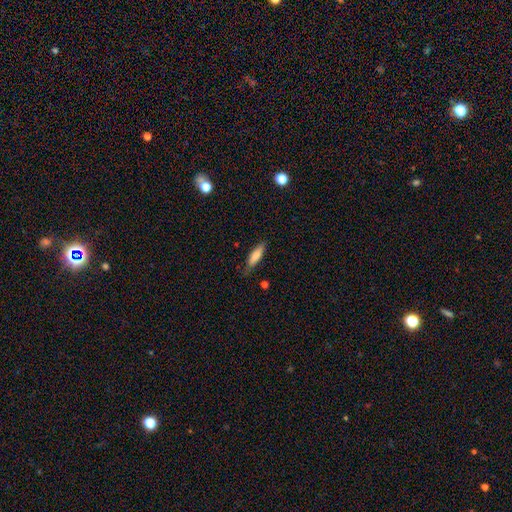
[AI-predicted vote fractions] A smooth galaxy with no disk features (79%) that is cigar-shaped (62%).

Vote fractions:
- Smooth or featured? smooth: 79% / featured or disk: 15% / star or artifact: 6%
- How rounded? cigar-shaped: 62% / in between: 37% / round: 2%
- Merging? none: 76% / minor disturbance: 19% / major disturbance: 4% / merger: 2%